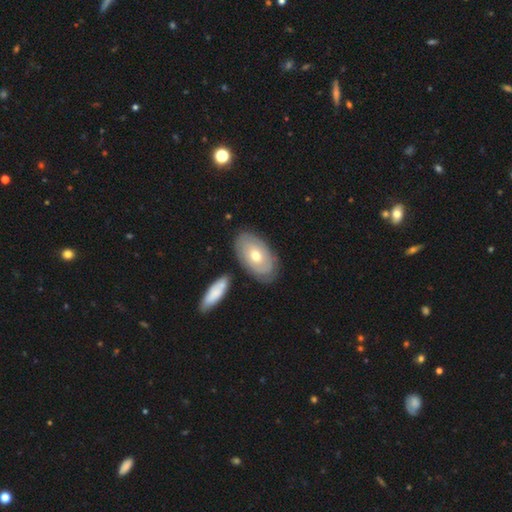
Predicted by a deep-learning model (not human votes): smooth-or-featured: featured or disk: 53% | smooth: 41% | star or artifact: 6%
  disk-edge-on: no: 90% | yes: 10%
  merging: none: 78% | minor disturbance: 14% | merger: 5% | major disturbance: 4%